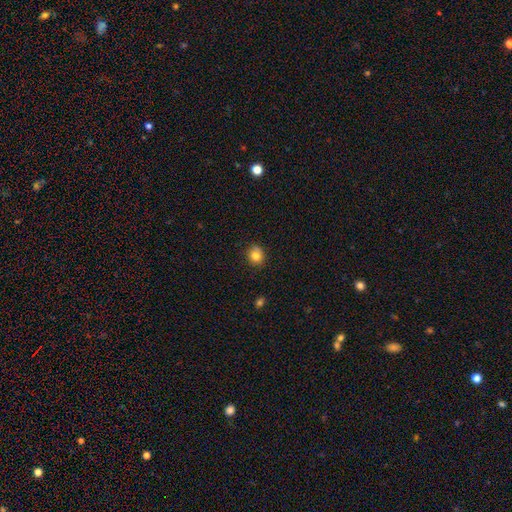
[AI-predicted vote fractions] smooth-or-featured: smooth: 82% | star or artifact: 11% | featured or disk: 8%
  how-rounded: round: 74% | in between: 25% | cigar-shaped: 1%
  merging: none: 81% | minor disturbance: 14% | major disturbance: 3% | merger: 2%